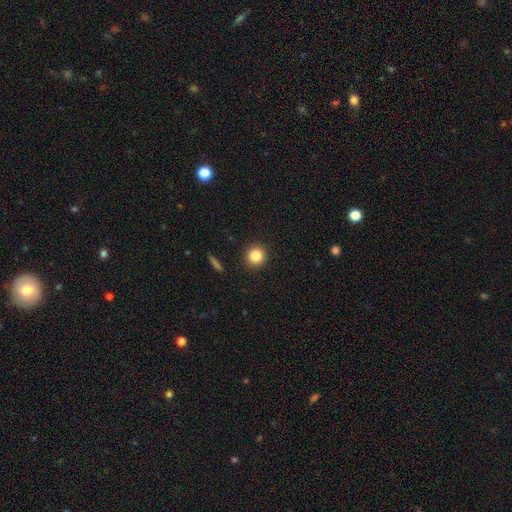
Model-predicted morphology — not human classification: This appears to be a smooth galaxy with no disk features (83%) that is round (93%). Merging: none (92%).